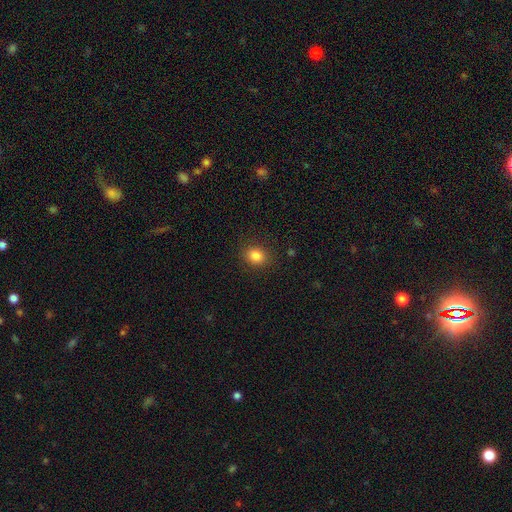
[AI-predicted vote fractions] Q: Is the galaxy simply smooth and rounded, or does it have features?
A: smooth — 84%.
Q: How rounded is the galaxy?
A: round — 61%.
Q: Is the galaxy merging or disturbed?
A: none — 88%.